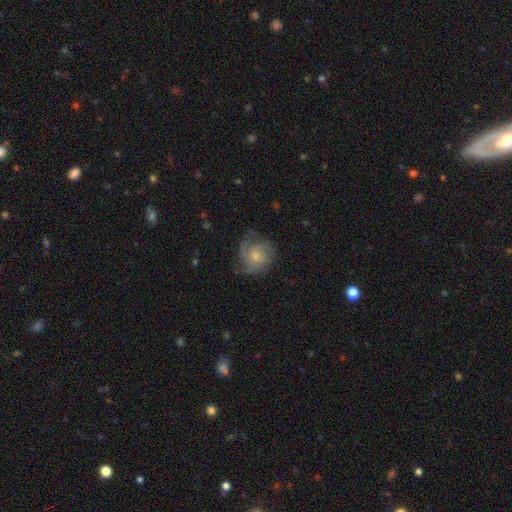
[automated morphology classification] smooth_or_featured: featured or disk (p=0.63) [alt: smooth p=0.30]
disk_edge_on: no (p=0.98) [alt: yes p=0.02]
bar: no (p=0.81) [alt: weak p=0.17]
has_spiral_arms: yes (p=0.89) [alt: no p=0.11]
spiral_winding: tight (p=0.48) [alt: medium p=0.38]
spiral_arm_count: 3 (p=0.30) [alt: can't tell p=0.29]
bulge_size: small (p=0.61) [alt: moderate p=0.32]
merging: none (p=0.64) [alt: minor disturbance p=0.23]